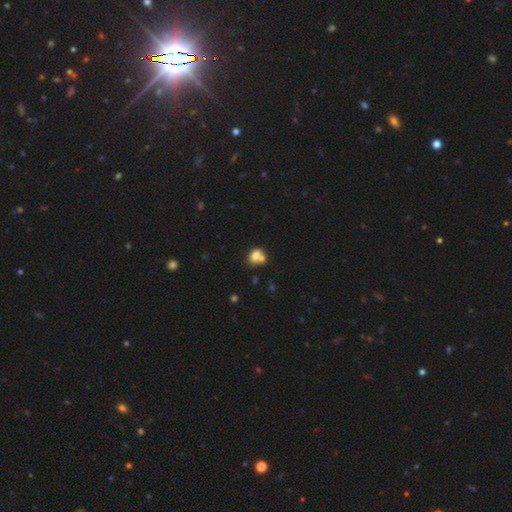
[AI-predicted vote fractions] Morphology: type=smooth (72%); roundness=round (55%); merging=merger (49%).